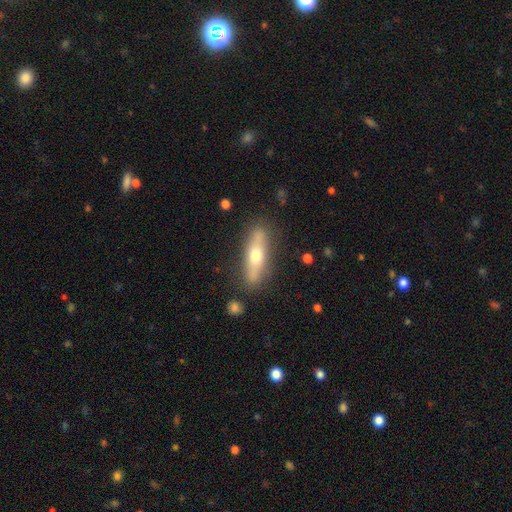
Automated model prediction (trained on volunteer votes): smooth-or-featured: featured or disk: 50% | smooth: 44% | star or artifact: 6%
  merging: none: 82% | minor disturbance: 12% | major disturbance: 3% | merger: 3%